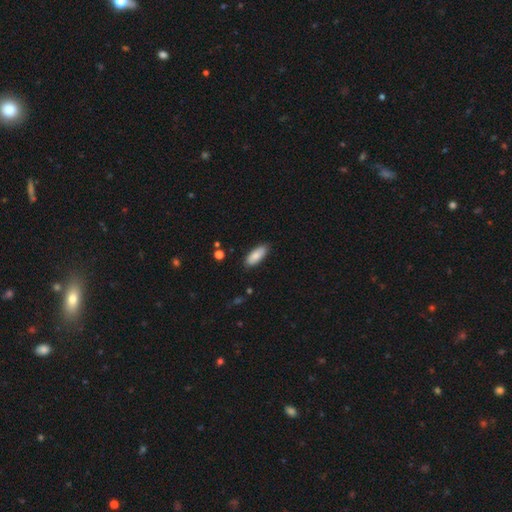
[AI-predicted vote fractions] This is clearly a smooth galaxy (84%). How rounded: likely in between (78%). Merging: clearly none (85%).